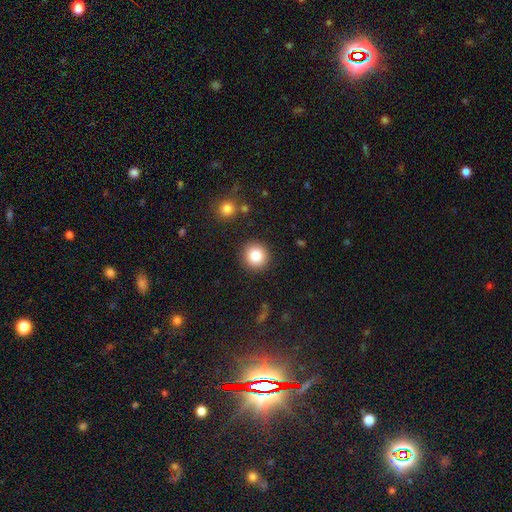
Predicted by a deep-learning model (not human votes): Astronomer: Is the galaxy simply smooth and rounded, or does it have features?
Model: smooth — 85%.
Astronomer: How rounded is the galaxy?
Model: round — 94%.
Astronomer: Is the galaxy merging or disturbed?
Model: none — 89%.